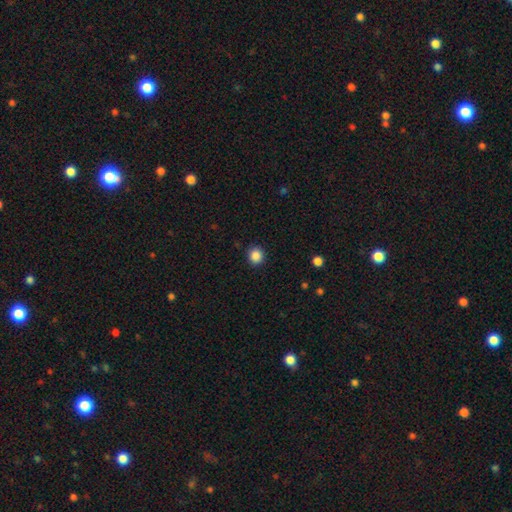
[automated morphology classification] Q: Smooth or featured?
A: smooth (87%); runner-up: star or artifact (10%)
Q: How rounded?
A: round (85%); runner-up: in between (14%)
Q: Merging?
A: none (90%); runner-up: minor disturbance (6%)